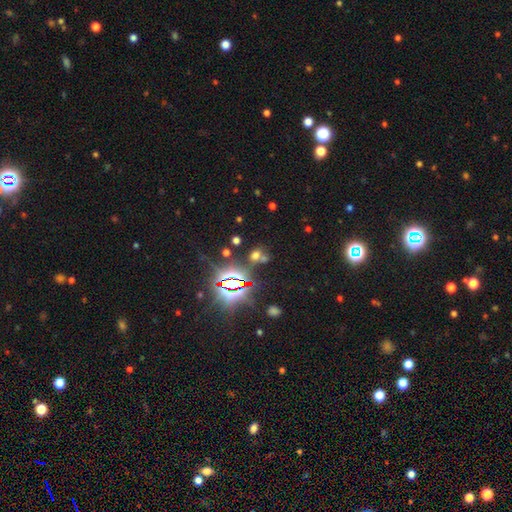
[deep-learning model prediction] Smooth or featured: star or artifact — 51% (smooth — 39%)